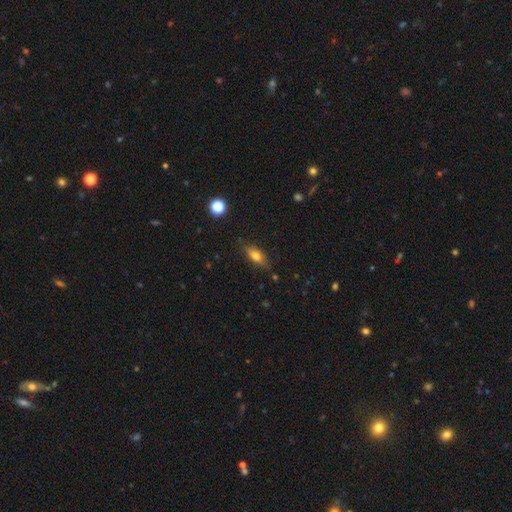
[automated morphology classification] Q: Smooth or featured?
A: smooth (66%); runner-up: featured or disk (25%)
Q: How rounded?
A: in between (69%); runner-up: cigar-shaped (25%)
Q: Merging?
A: none (80%); runner-up: minor disturbance (15%)